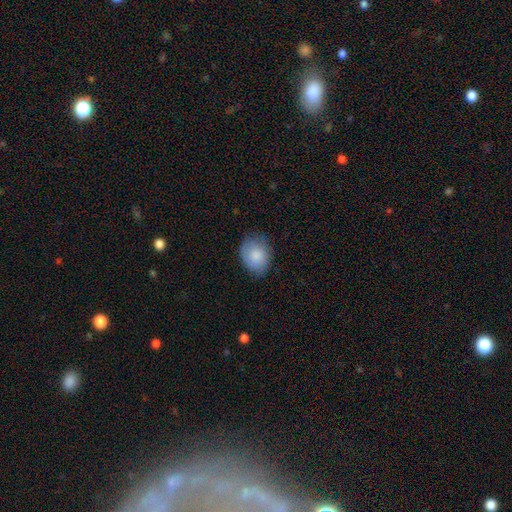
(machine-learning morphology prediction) Q: Smooth or featured?
A: smooth (83%); runner-up: featured or disk (11%)
Q: How rounded?
A: in between (63%); runner-up: round (36%)
Q: Merging?
A: none (71%); runner-up: minor disturbance (23%)